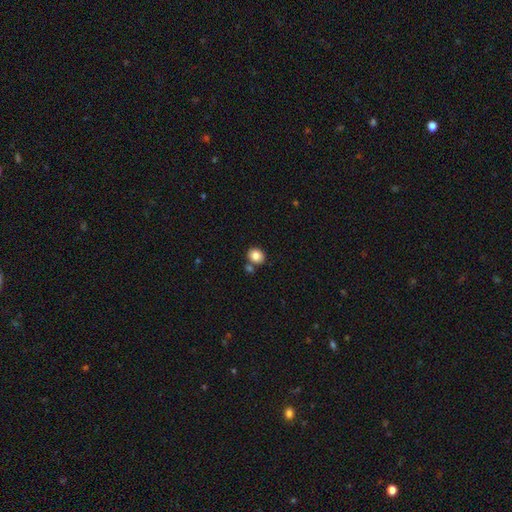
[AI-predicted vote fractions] This appears to be a smooth galaxy with no disk features (84%) that is round (62%). Merging: none (70%).